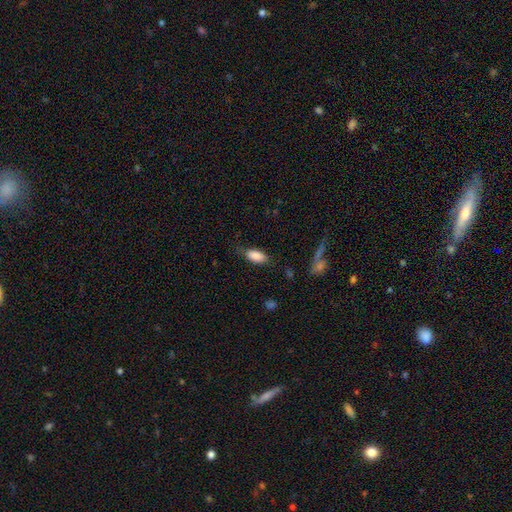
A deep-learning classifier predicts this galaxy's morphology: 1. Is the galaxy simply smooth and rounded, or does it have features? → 86% smooth, 7% featured or disk, 7% star or artifact.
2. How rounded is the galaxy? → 89% in between, 8% cigar-shaped, 3% round.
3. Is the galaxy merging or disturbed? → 68% none, 23% minor disturbance, 7% major disturbance, 2% merger.